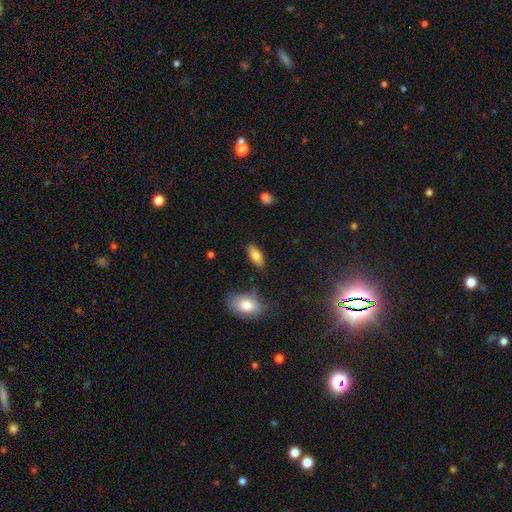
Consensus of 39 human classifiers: This is likely a smooth galaxy (72%). How rounded: likely in between (71%). Merging: clearly none (80%).